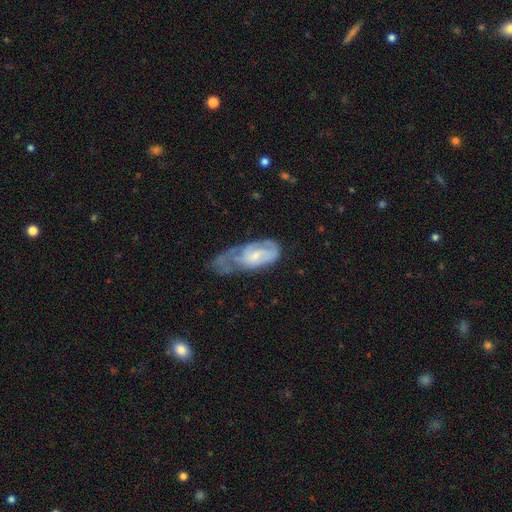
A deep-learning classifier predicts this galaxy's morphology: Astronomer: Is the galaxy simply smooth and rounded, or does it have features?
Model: featured or disk — 58% (runner-up: smooth, 35%).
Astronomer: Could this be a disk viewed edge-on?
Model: no — 94%.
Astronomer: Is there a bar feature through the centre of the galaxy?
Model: no — 60%.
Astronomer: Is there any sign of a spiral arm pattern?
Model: yes — 70%.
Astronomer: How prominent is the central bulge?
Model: small — 53% (runner-up: moderate, 34%).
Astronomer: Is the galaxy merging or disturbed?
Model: major disturbance — 41% (runner-up: minor disturbance, 32%).